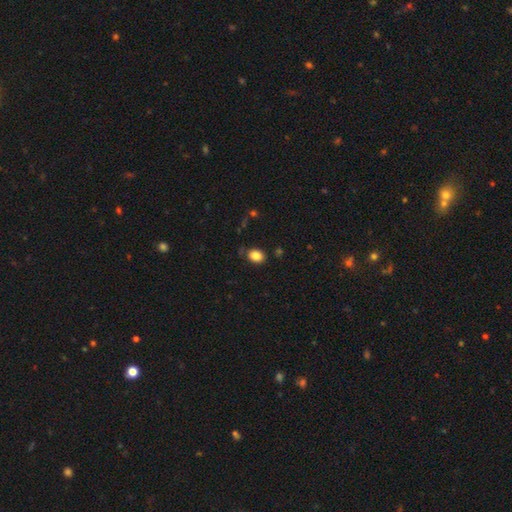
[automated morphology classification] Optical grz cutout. It shows a smooth galaxy with no disk features (85%) that is in between round and cigar-shaped (62%). Merging: none (82%).